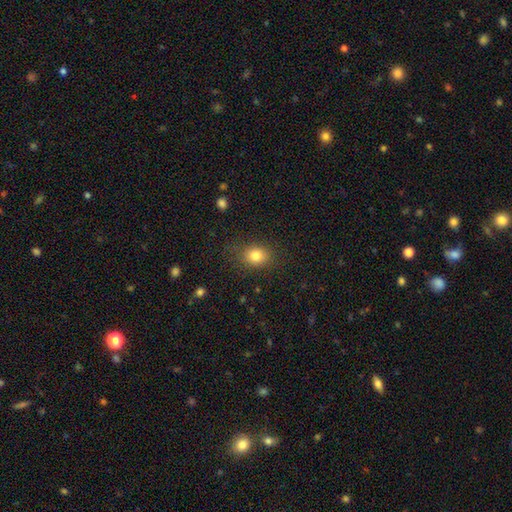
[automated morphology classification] smooth-or-featured: smooth: 82% | star or artifact: 11% | featured or disk: 8%
  how-rounded: in between: 50% | round: 49% | cigar-shaped: 1%
  merging: none: 80% | minor disturbance: 14% | major disturbance: 5% | merger: 1%